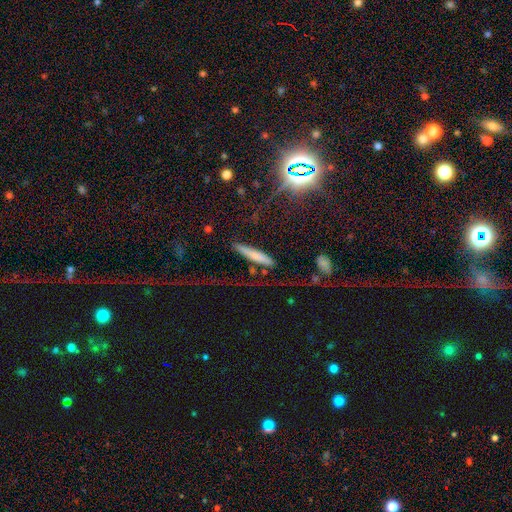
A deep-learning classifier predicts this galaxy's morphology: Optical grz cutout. It shows a smooth galaxy with no disk features (58%) that is cigar-shaped (90%). Merging: none (70%).